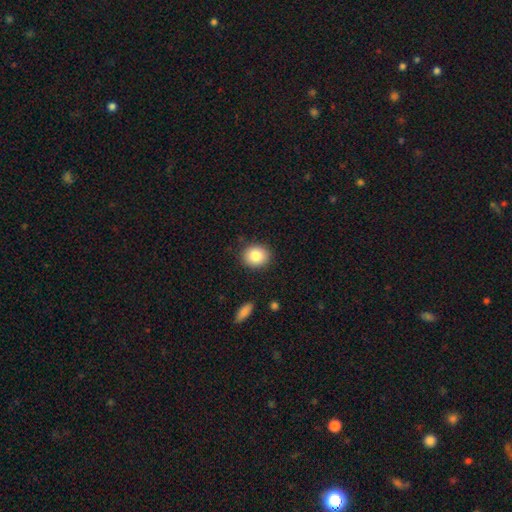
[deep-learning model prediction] smooth_or_featured: smooth (p=0.83) [alt: star or artifact p=0.09]
how_rounded: round (p=0.72) [alt: in between p=0.27]
merging: none (p=0.89) [alt: minor disturbance p=0.08]